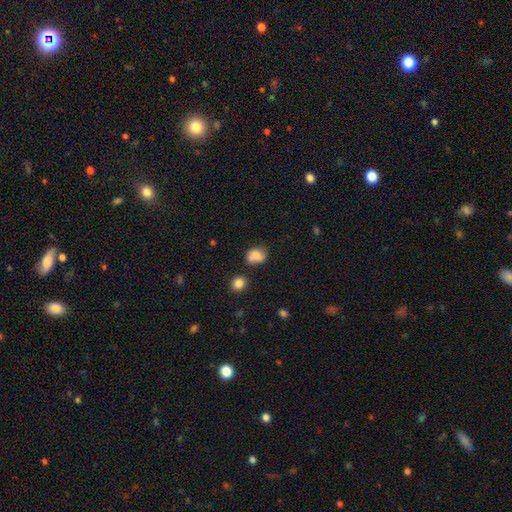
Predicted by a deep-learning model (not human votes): Smooth or featured? Predicted: smooth (p=0.72). How rounded? Predicted: round (p=0.54). Merging? Predicted: none (p=0.54).